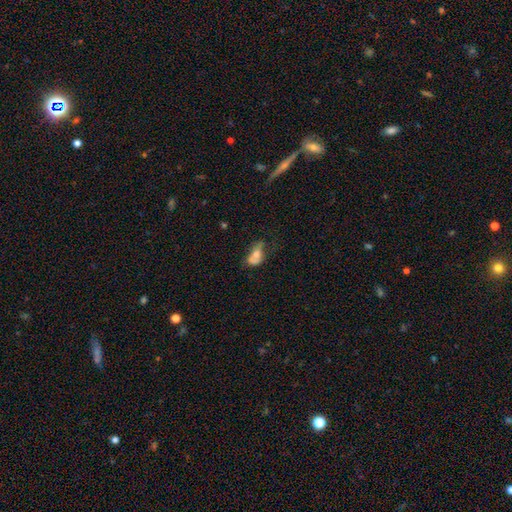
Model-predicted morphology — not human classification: smooth-or-featured: smooth: 54% | featured or disk: 37% | star or artifact: 9%
  how-rounded: in between: 85% | round: 12% | cigar-shaped: 3%
  merging: none: 33% | minor disturbance: 29% | major disturbance: 24% | merger: 13%